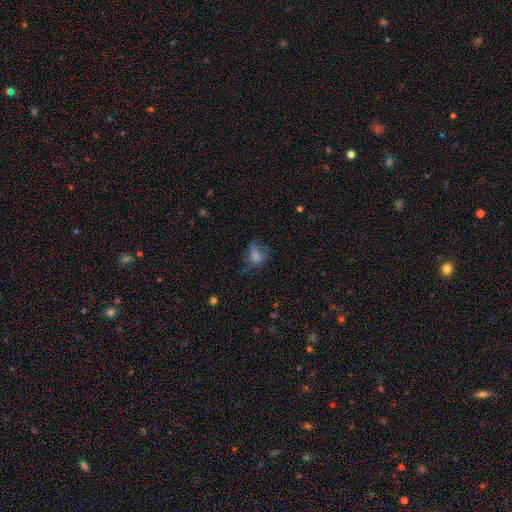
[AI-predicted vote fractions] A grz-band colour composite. It shows a smooth galaxy with no disk features (48%). Merging: none (50%).